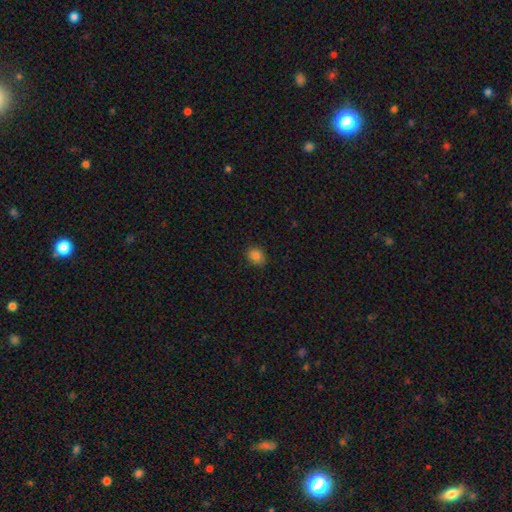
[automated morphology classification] This is clearly a smooth galaxy (84%). How rounded: possibly round (59%). Merging: clearly none (84%).